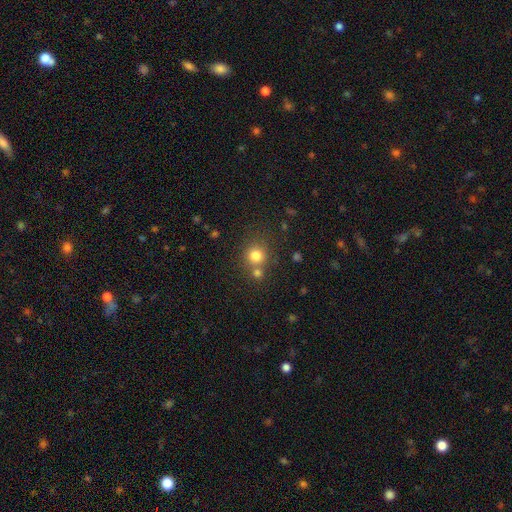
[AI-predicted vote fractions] Smooth or featured?
  - smooth: 79% *
  - star or artifact: 14%
  - featured or disk: 8%
How rounded?
  - round: 90% *
  - in between: 10%
  - cigar-shaped: 1%
Merging?
  - none: 63% *
  - merger: 25%
  - minor disturbance: 8%
  - major disturbance: 3%